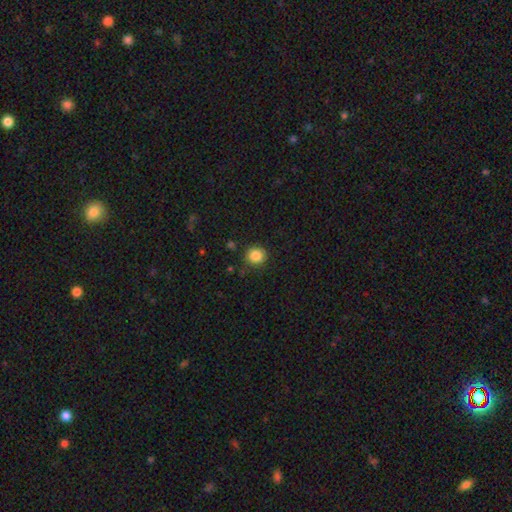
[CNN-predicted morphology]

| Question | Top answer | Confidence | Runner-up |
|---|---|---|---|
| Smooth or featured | smooth | 85% | star or artifact (10%) |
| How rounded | round | 91% | in between (8%) |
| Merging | none | 86% | minor disturbance (9%) |